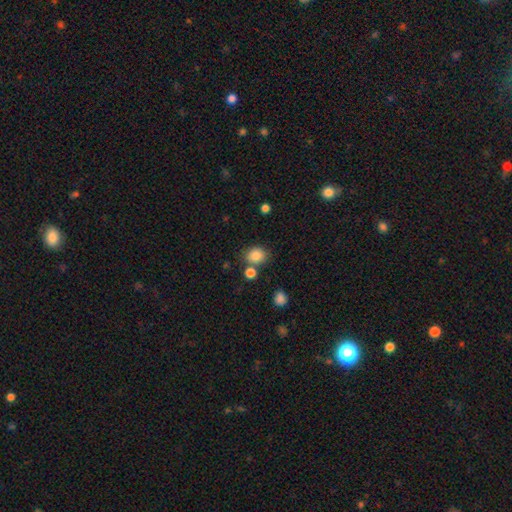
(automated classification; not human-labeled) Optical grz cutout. It shows a smooth galaxy with no disk features (85%) that is round (59%). Merging: none (72%).